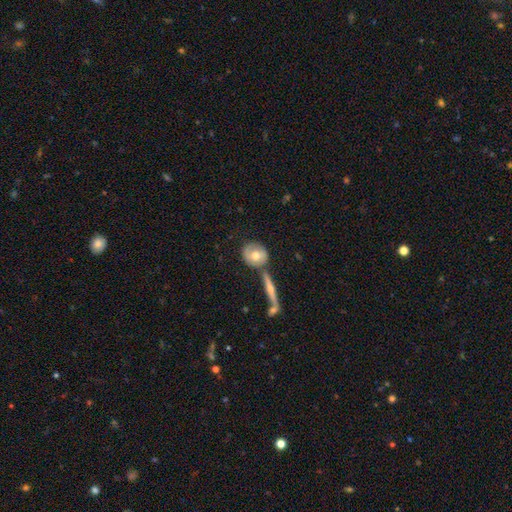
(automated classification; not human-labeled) This is marginally a smooth galaxy (45%). Merging: marginally none (41%).